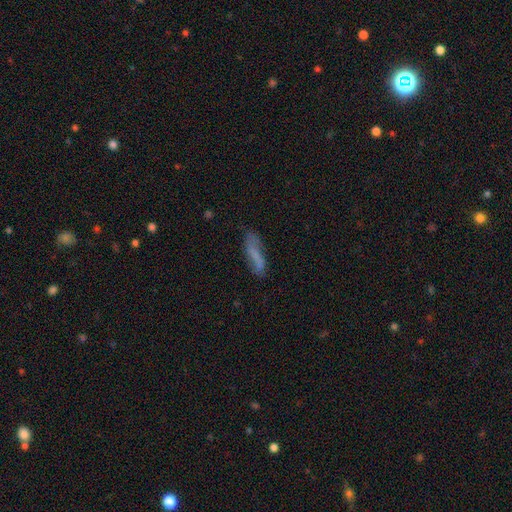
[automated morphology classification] smooth 54%, featured or disk 37%, star or artifact 9%. Down the decision tree: how rounded — cigar-shaped (65%); merging — none (66%).